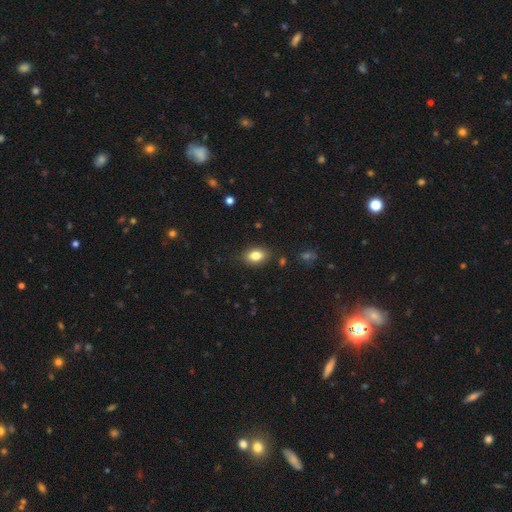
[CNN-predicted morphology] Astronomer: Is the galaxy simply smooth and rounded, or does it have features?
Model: smooth — 82%.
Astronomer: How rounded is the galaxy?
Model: in between — 82%.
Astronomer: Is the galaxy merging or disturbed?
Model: none — 86%.